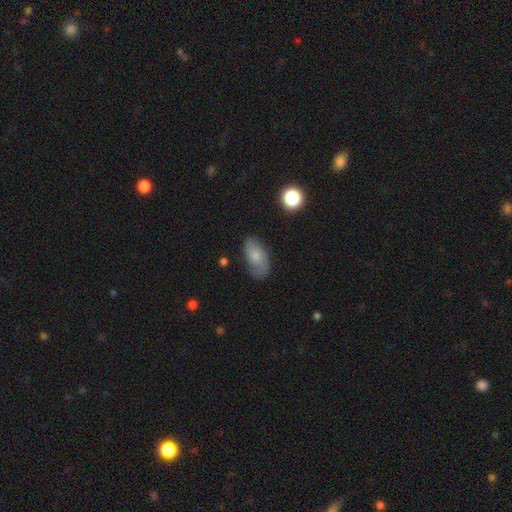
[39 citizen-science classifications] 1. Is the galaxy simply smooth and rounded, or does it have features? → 49% smooth, 46% featured or disk, 5% star or artifact.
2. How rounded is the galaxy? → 95% in between, 5% round, 0% cigar-shaped.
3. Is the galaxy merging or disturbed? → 54% none, 32% minor disturbance, 11% major disturbance, 3% merger.